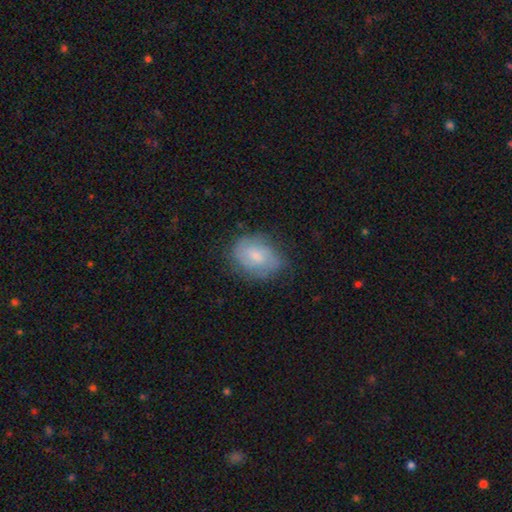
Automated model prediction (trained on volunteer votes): Smooth or featured?
  - smooth: 55% *
  - featured or disk: 38%
  - star or artifact: 8%
How rounded?
  - in between: 71% *
  - round: 28%
  - cigar-shaped: 1%
Merging?
  - none: 65% *
  - minor disturbance: 25%
  - major disturbance: 8%
  - merger: 1%